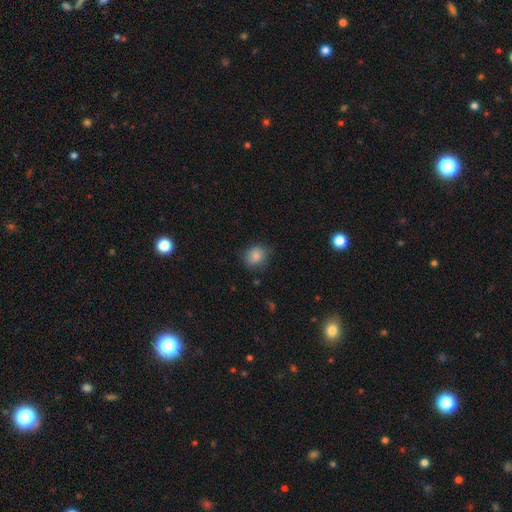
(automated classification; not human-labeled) smooth 85%, star or artifact 9%, featured or disk 6%. Down the decision tree: how rounded — round (74%); merging — none (76%).